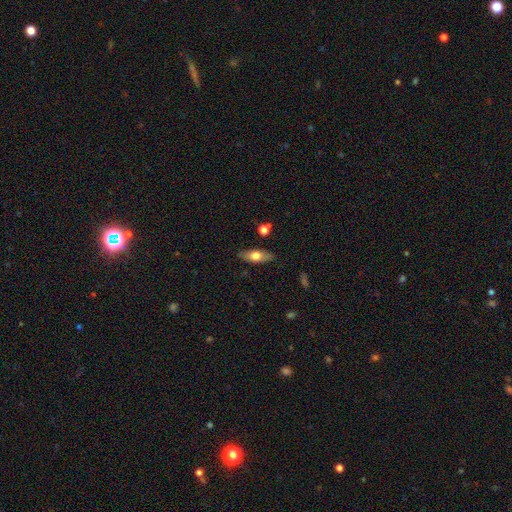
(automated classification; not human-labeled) Q: Smooth or featured?
A: smooth (64%); runner-up: featured or disk (29%)
Q: How rounded?
A: in between (70%); runner-up: cigar-shaped (26%)
Q: Merging?
A: none (85%); runner-up: minor disturbance (11%)